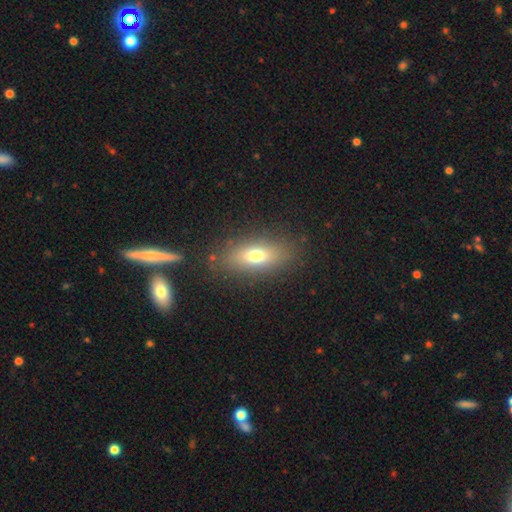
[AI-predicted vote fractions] Overall: smooth (70%). How rounded: in between (77%). Merging: none (84%).